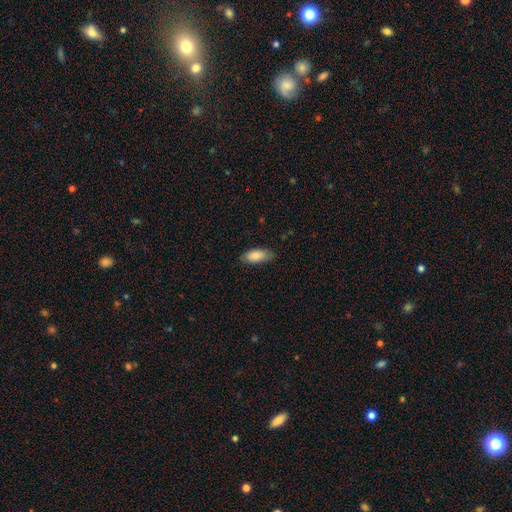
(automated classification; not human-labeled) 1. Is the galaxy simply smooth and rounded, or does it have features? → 85% smooth, 9% featured or disk, 6% star or artifact.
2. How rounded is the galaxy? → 88% in between, 10% cigar-shaped, 2% round.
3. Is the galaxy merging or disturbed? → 78% none, 18% minor disturbance, 3% major disturbance, 1% merger.